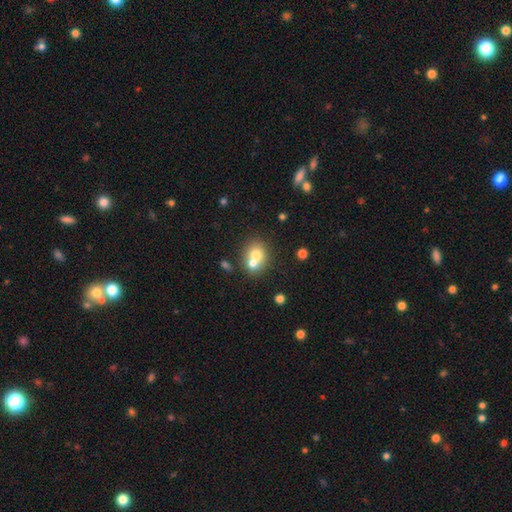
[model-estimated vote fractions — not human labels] Q: Smooth or featured?
A: smooth (70%); runner-up: featured or disk (19%)
Q: How rounded?
A: round (71%); runner-up: in between (28%)
Q: Merging?
A: merger (54%); runner-up: none (37%)